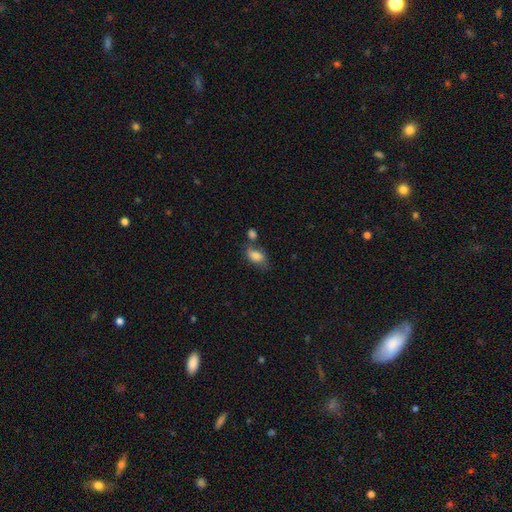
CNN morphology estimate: Overall: smooth (78%). How rounded: in between (87%). Merging: none (43%; merger 26%).